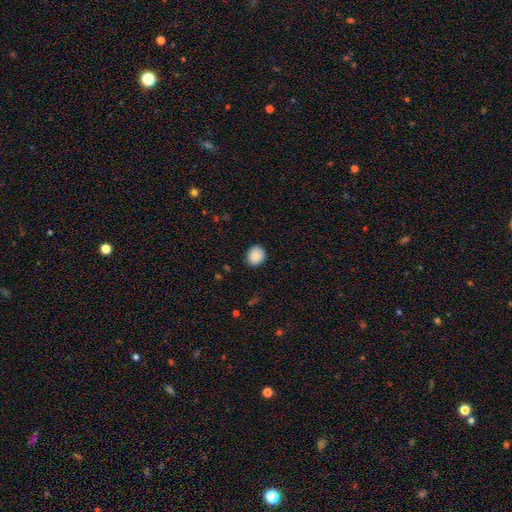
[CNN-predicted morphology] Q: Smooth or featured?
A: smooth (86%); runner-up: star or artifact (8%)
Q: How rounded?
A: round (82%); runner-up: in between (18%)
Q: Merging?
A: none (89%); runner-up: minor disturbance (8%)